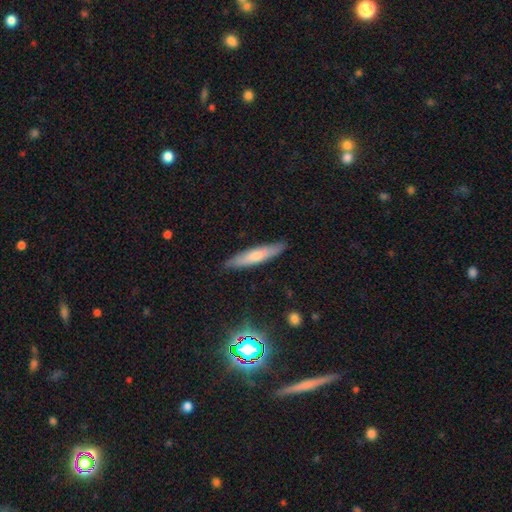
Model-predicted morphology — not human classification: Overall: smooth (55%; featured or disk 36%). How rounded: cigar-shaped (87%). Merging: none (87%).